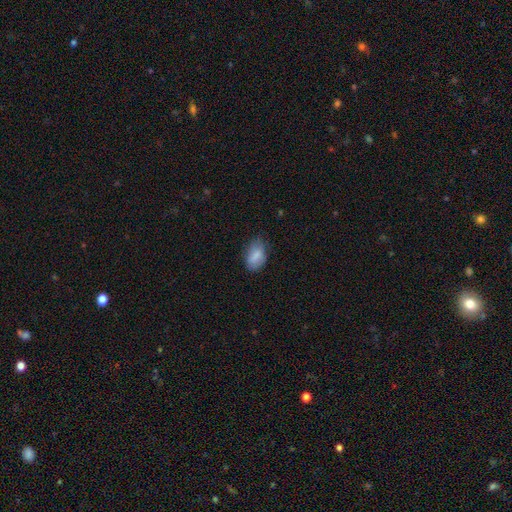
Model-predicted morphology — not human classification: This is likely a smooth galaxy (80%). How rounded: clearly in between (91%). Merging: likely none (65%).